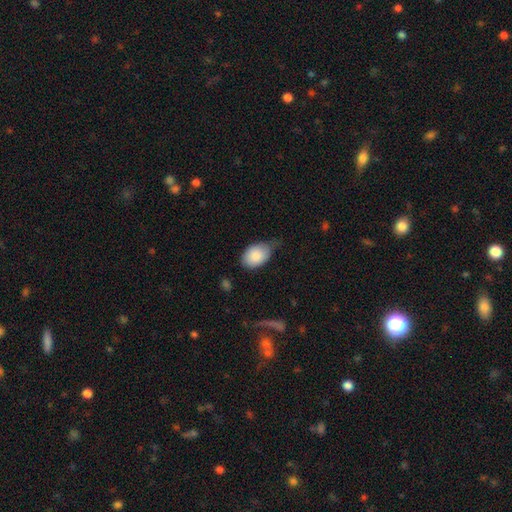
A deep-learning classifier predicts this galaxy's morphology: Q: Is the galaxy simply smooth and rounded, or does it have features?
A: smooth — 84%.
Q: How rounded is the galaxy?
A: in between — 81%.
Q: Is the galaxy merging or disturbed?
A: minor disturbance — 46%.